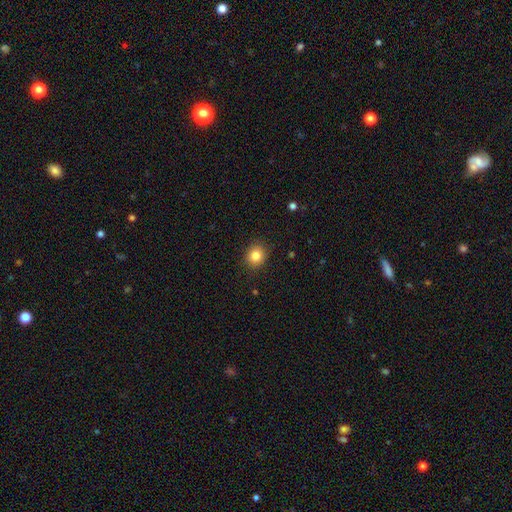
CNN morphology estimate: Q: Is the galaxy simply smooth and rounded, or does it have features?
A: smooth — 84%.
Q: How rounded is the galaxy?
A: round — 76%.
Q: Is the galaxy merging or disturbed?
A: none — 89%.